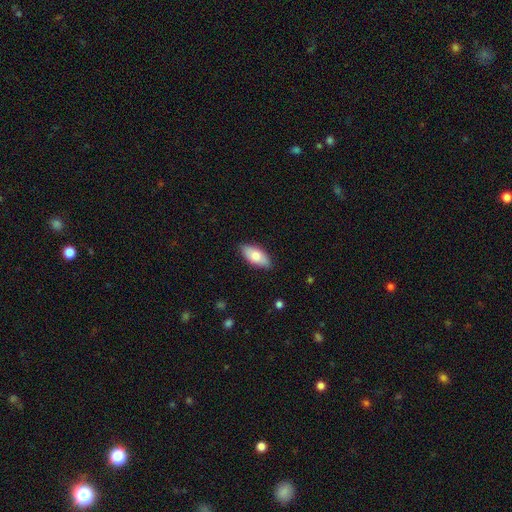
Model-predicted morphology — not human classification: type=smooth (74%); roundness=in between (89%); merging=none (86%).